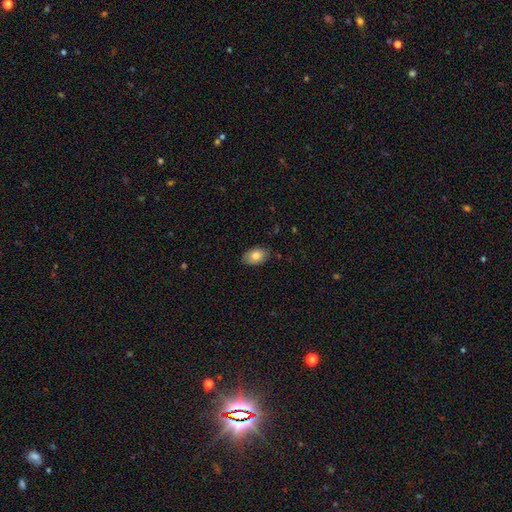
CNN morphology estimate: This is clearly a smooth galaxy (81%). How rounded: clearly in between (89%). Merging: clearly none (83%).